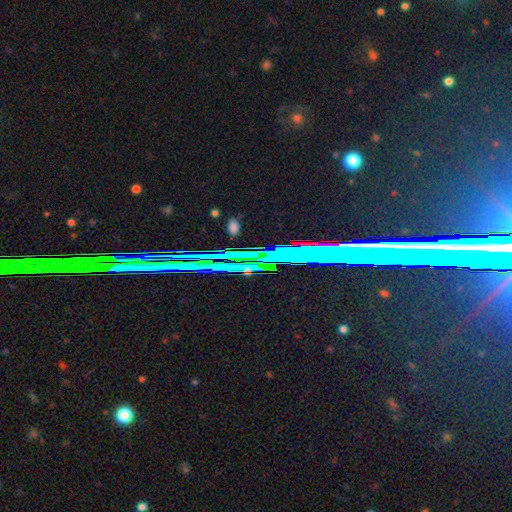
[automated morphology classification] Smooth or featured? star or artifact (81%)